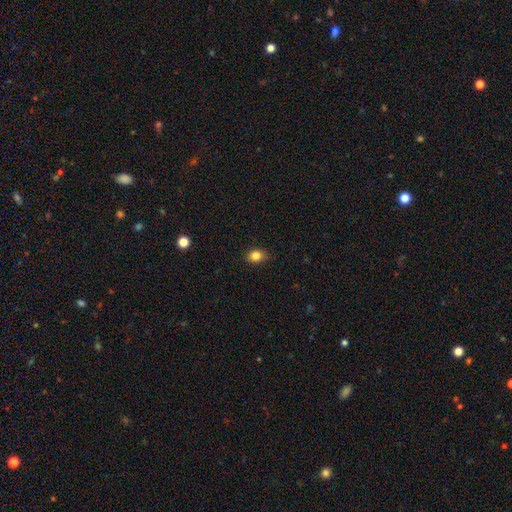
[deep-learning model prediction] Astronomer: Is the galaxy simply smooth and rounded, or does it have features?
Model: smooth — 83%.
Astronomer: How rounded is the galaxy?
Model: in between — 52% (runner-up: round, 47%).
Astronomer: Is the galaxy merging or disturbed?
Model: none — 81%.